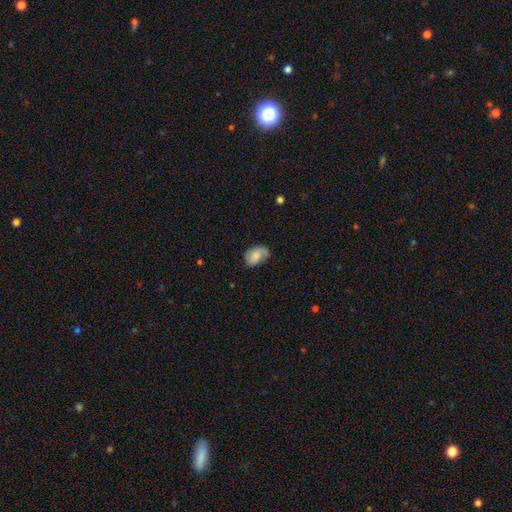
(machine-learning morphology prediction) smooth_or_featured: smooth (p=0.66) [alt: featured or disk p=0.26]
how_rounded: in between (p=0.86) [alt: round p=0.13]
merging: none (p=0.55) [alt: minor disturbance p=0.32]